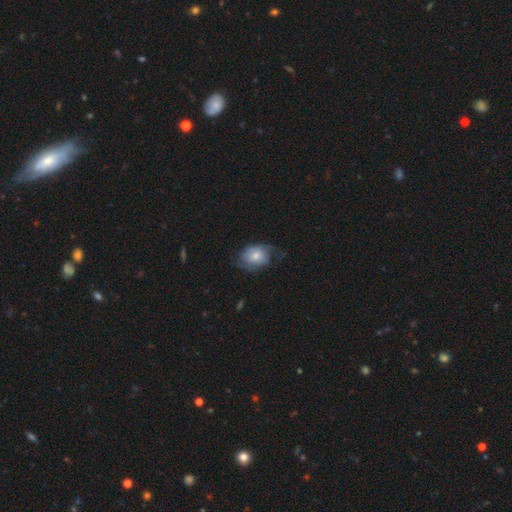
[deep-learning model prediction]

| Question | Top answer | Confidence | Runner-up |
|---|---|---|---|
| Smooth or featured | smooth | 66% | featured or disk (26%) |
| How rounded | in between | 65% | round (34%) |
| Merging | none | 48% | minor disturbance (32%) |